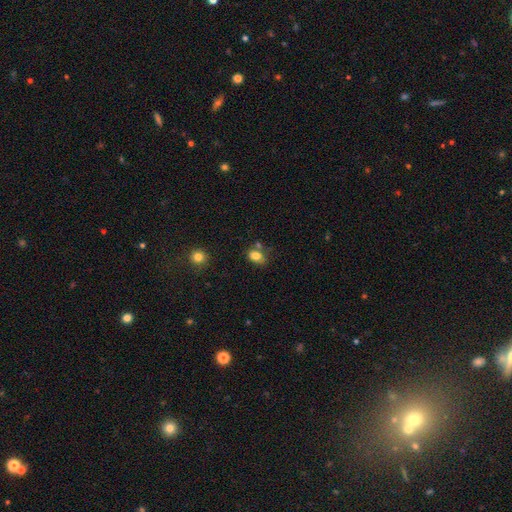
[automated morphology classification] smooth 80%, star or artifact 11%, featured or disk 9%. Down the decision tree: how rounded — in between (74%); merging — none (57%).